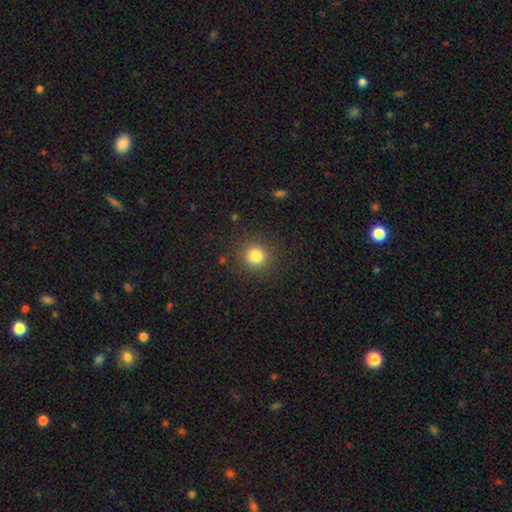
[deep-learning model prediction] smooth 82%, star or artifact 13%, featured or disk 6%. Down the decision tree: how rounded — round (90%); merging — none (88%).